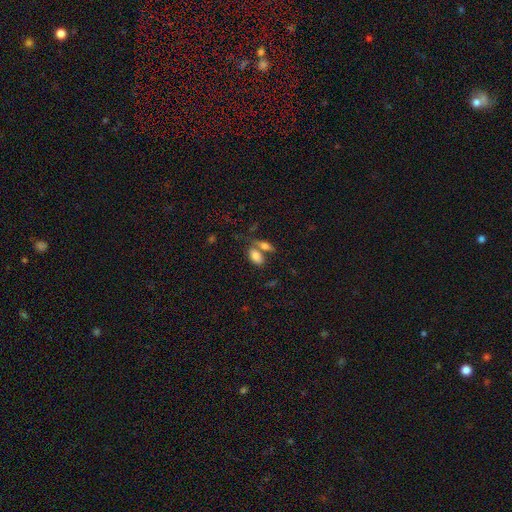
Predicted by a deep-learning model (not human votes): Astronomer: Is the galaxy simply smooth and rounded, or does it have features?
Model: smooth — 80%.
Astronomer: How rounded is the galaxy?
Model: in between — 90%.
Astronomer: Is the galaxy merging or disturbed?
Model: none — 44% (runner-up: merger, 40%).